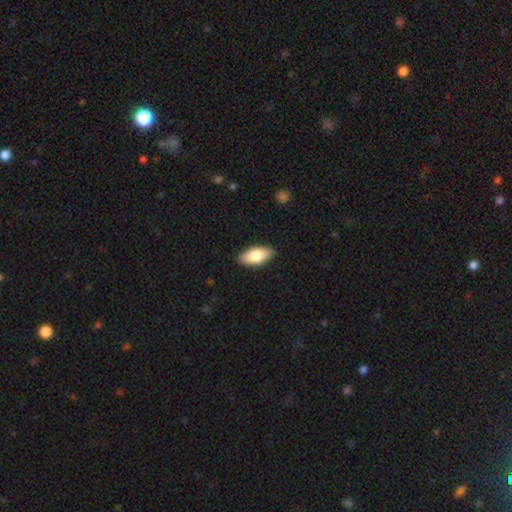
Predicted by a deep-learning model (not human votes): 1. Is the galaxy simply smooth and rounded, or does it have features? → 80% smooth, 14% featured or disk, 6% star or artifact.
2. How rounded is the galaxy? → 90% in between, 8% cigar-shaped, 2% round.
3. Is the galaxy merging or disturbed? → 89% none, 9% minor disturbance, 2% major disturbance, 1% merger.